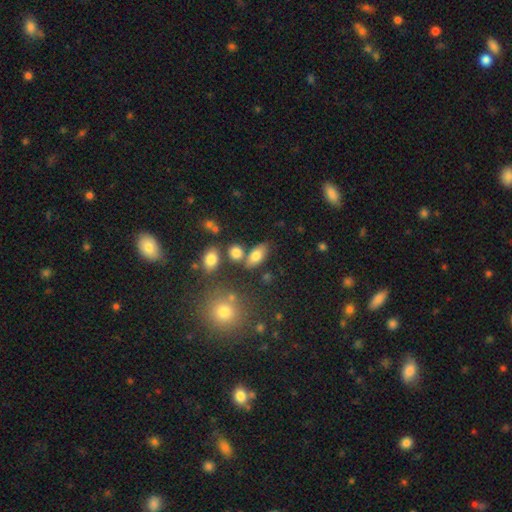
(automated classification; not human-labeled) A smooth galaxy with no disk features (79%) that is in between round and cigar-shaped (87%). Merging: none (67%).